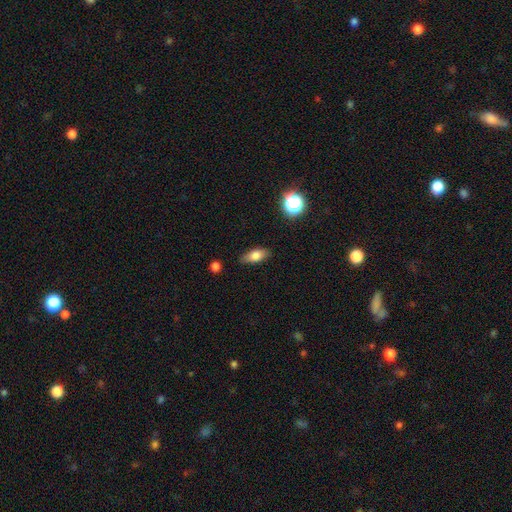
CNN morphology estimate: smooth-or-featured: smooth: 74% | featured or disk: 17% | star or artifact: 9%
  how-rounded: in between: 78% | cigar-shaped: 16% | round: 6%
  merging: none: 81% | minor disturbance: 14% | major disturbance: 3% | merger: 2%